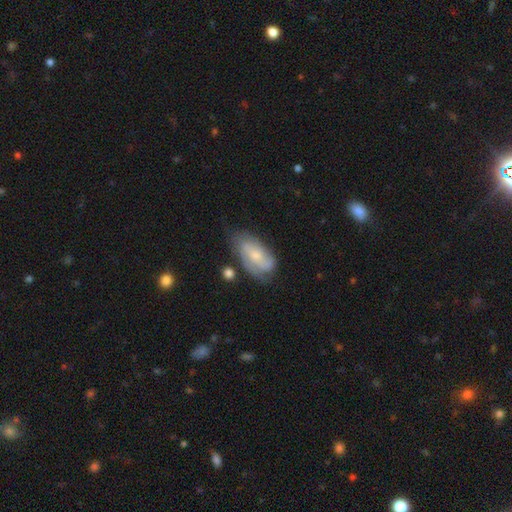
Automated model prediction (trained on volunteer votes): Smooth or featured?
  - featured or disk: 58% *
  - smooth: 35%
  - star or artifact: 7%
Edge-on disk?
  - no: 93% *
  - yes: 7%
Bar?
  - no: 56% *
  - weak: 35%
  - strong: 9%
Spiral arms?
  - yes: 84% *
  - no: 16%
Bulge size?
  - small: 57% *
  - moderate: 34%
  - none: 6%
  - large: 2%
  - dominant: 1%
Merging?
  - none: 60% *
  - minor disturbance: 26%
  - major disturbance: 10%
  - merger: 4%